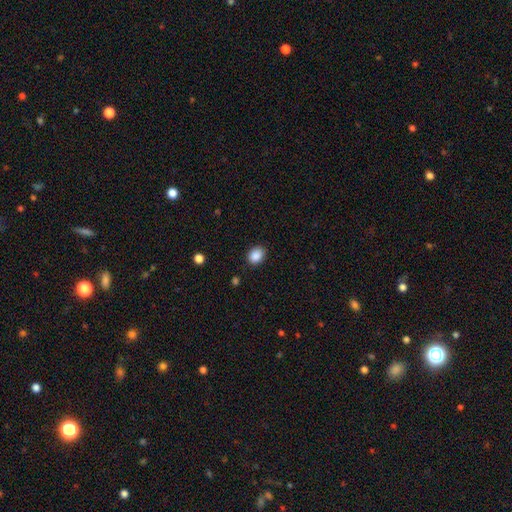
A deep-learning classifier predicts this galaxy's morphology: A smooth galaxy with no disk features (88%) that is in between round and cigar-shaped (52%).

Vote fractions:
- Smooth or featured? smooth: 88% / star or artifact: 9% / featured or disk: 3%
- How rounded? in between: 52% / round: 47% / cigar-shaped: 1%
- Merging? none: 86% / minor disturbance: 10% / major disturbance: 3% / merger: 1%